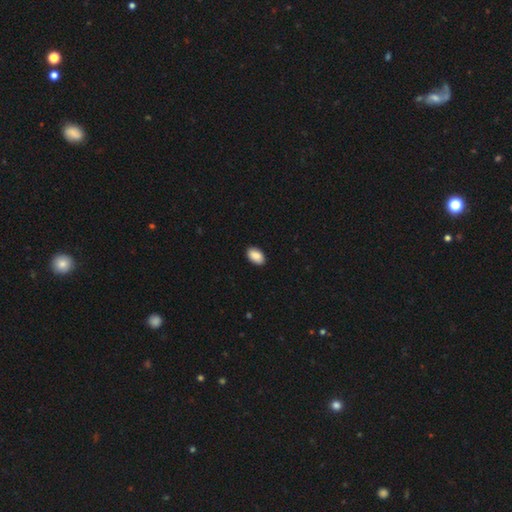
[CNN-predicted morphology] type=smooth (90%); roundness=in between (93%); merging=none (90%).